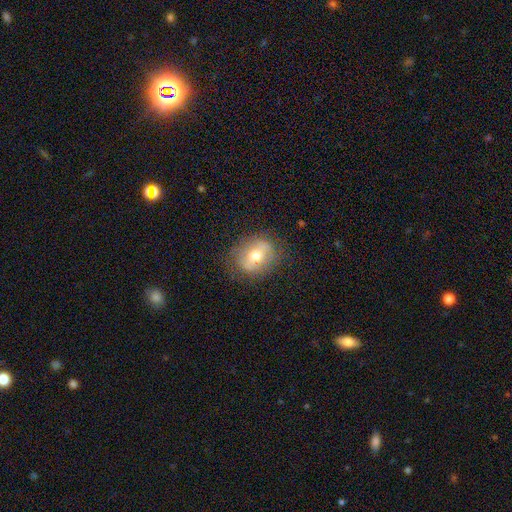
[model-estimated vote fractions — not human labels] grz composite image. It shows a smooth galaxy with no disk features (48%). Merging: none (76%).